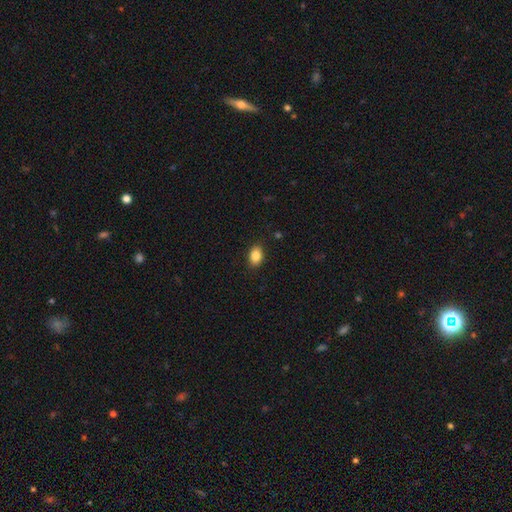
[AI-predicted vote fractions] Smooth or featured? smooth (86%)
How rounded? in between (81%)
Merging? none (88%)